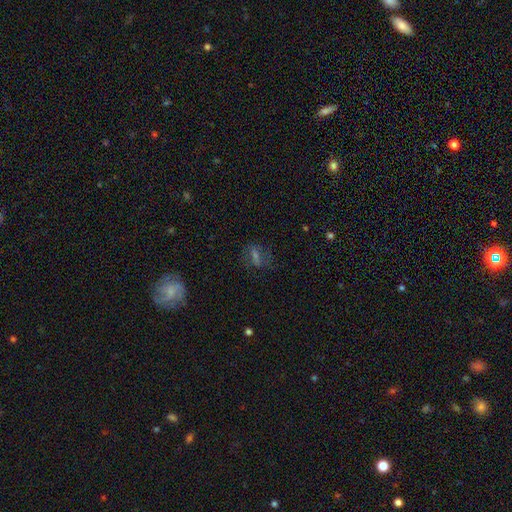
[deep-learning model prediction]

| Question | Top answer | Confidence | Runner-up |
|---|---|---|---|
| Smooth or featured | featured or disk | 40% | smooth (34%) |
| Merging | none | 72% | minor disturbance (15%) |